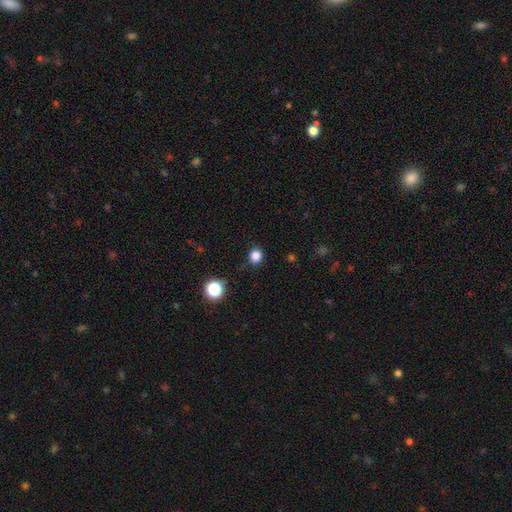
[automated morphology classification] smooth_or_featured: smooth (p=0.83) [alt: star or artifact p=0.14]
how_rounded: round (p=0.82) [alt: in between p=0.17]
merging: none (p=0.87) [alt: minor disturbance p=0.09]